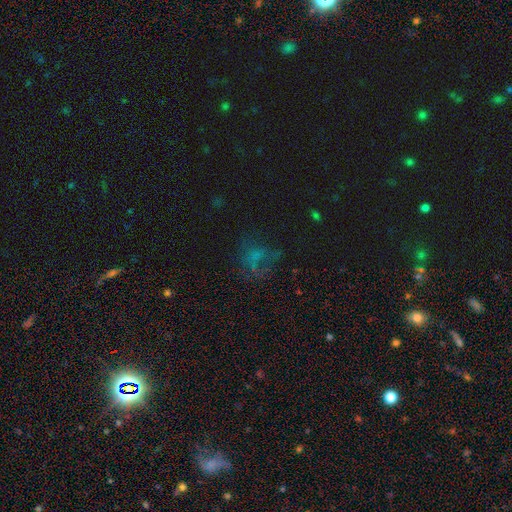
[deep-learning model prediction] The model was most divided on "smooth or featured": smooth: 35%, featured or disk: 33%, star or artifact: 32%. Remaining: merging — none (45%).